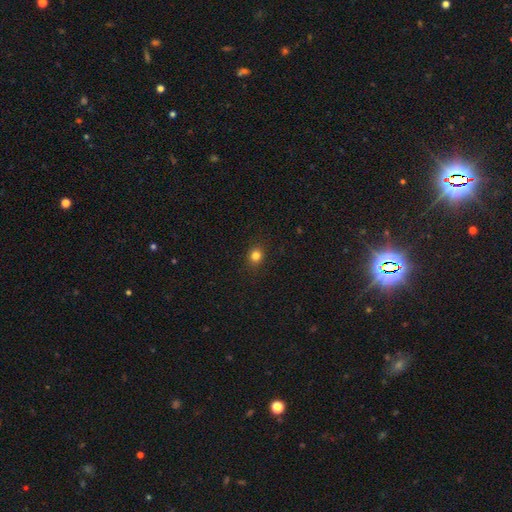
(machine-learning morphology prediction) Smooth or featured: smooth — 82% (star or artifact — 13%)
How rounded: round — 77% (in between — 22%)
Merging: none — 90% (minor disturbance — 7%)